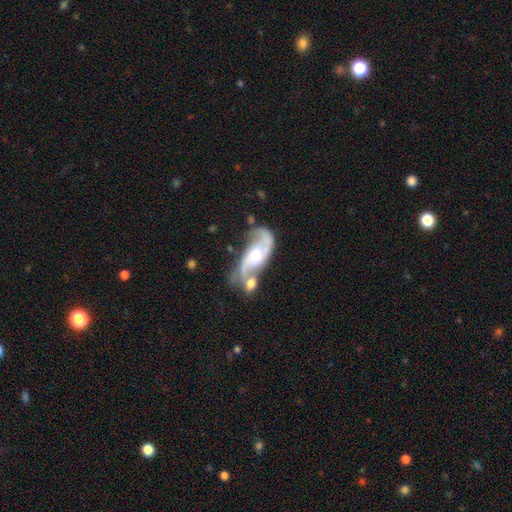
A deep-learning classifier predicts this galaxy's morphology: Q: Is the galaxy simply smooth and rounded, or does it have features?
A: featured or disk — 87%.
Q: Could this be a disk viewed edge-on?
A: no — 95%.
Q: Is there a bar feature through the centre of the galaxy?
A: no — 49%.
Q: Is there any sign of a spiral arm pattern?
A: yes — 95%.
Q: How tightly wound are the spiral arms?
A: loose — 47%.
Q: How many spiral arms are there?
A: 2 — 90%.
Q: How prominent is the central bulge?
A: moderate — 65%.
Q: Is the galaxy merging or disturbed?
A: none — 37%.